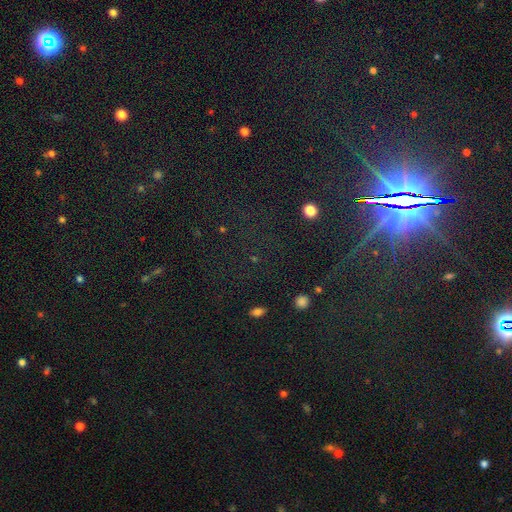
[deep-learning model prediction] Smooth or featured? star or artifact (82%)